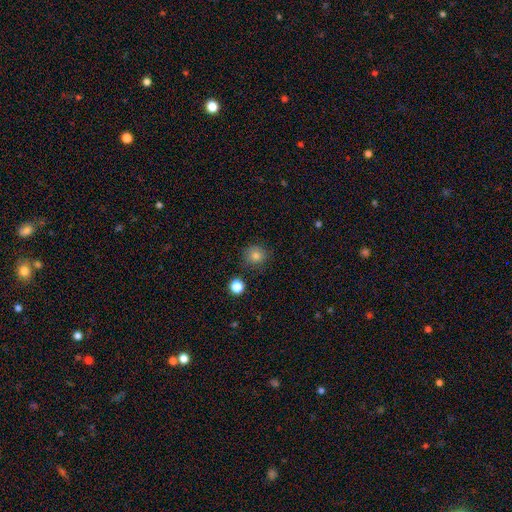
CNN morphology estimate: smooth-or-featured: smooth: 81% | star or artifact: 13% | featured or disk: 7%
  how-rounded: round: 89% | in between: 10% | cigar-shaped: 1%
  merging: none: 84% | minor disturbance: 11% | major disturbance: 3% | merger: 3%